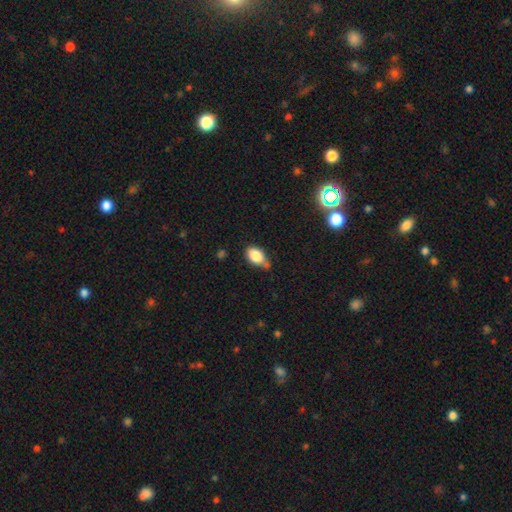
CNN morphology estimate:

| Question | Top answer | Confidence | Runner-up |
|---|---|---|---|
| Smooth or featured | smooth | 84% | star or artifact (8%) |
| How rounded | in between | 86% | round (12%) |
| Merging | none | 58% | minor disturbance (25%) |